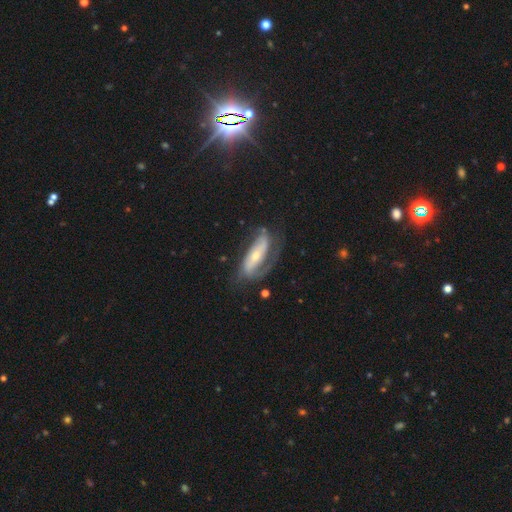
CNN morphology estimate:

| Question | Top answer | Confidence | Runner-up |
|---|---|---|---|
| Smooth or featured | featured or disk | 78% | smooth (17%) |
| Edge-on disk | no | 89% | yes (11%) |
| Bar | strong | 40% | no (34%) |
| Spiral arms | yes | 89% | no (11%) |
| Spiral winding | medium | 41% | tight (33%) |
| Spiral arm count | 2 | 68% | 1 (15%) |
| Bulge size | small | 52% | moderate (42%) |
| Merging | none | 56% | minor disturbance (22%) |